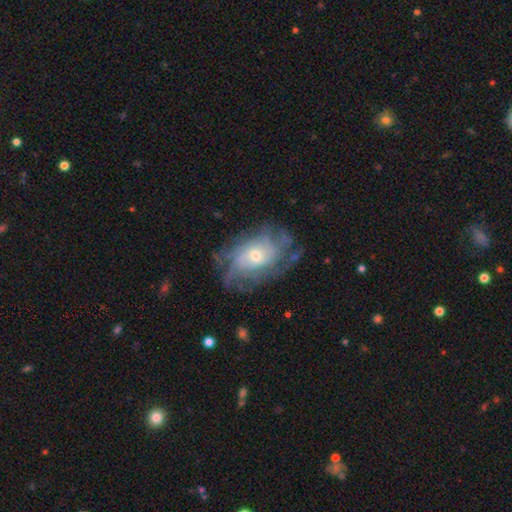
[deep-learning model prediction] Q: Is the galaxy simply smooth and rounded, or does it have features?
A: featured or disk — 77%.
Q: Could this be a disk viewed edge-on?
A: no — 95%.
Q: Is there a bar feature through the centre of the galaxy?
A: no — 72%.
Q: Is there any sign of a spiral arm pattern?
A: yes — 84%.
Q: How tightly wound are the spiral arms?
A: tight — 51%.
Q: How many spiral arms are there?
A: can't tell — 50%.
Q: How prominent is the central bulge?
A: small — 51%.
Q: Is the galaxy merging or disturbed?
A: none — 62%.